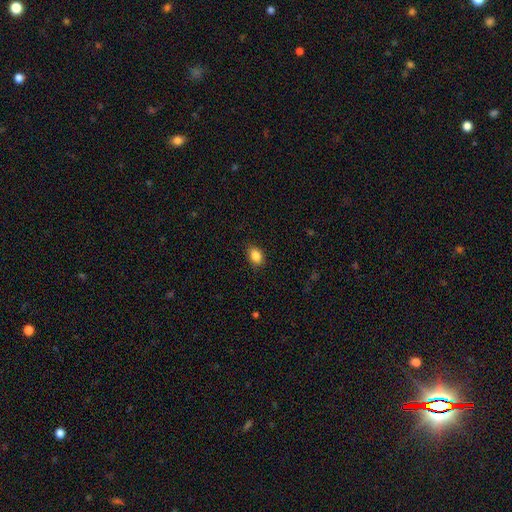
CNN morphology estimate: Smooth or featured? smooth (87%)
How rounded? in between (80%)
Merging? none (87%)